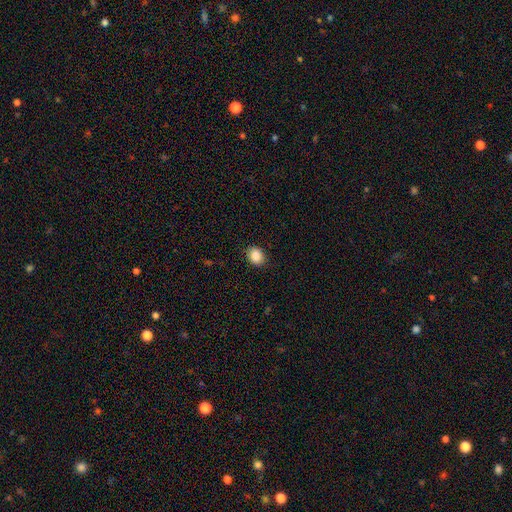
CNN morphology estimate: Overall: smooth (87%). How rounded: in between (50%; round 49%). Merging: none (88%).